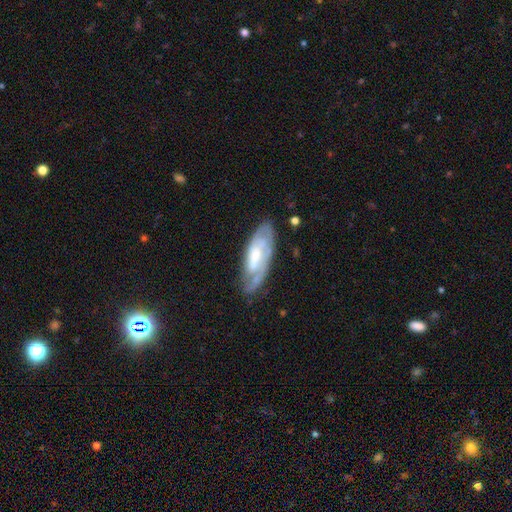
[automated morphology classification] Overall: featured or disk (68%). Edge-on disk: no (83%). Bar: no (50%; weak 37%). Spiral arms: yes (82%). Bulge size: moderate (39%; small 32%). Merging: none (63%; minor disturbance 24%).